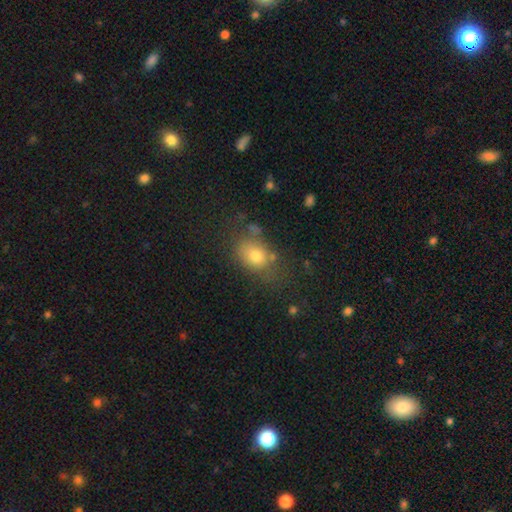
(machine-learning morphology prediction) smooth-or-featured: smooth: 75% | featured or disk: 13% | star or artifact: 13%
  how-rounded: in between: 63% | round: 35% | cigar-shaped: 2%
  merging: none: 60% | minor disturbance: 22% | major disturbance: 11% | merger: 7%